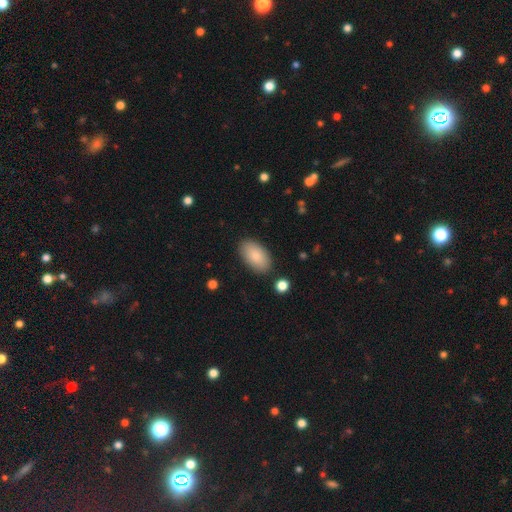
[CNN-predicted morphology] A smooth galaxy with no disk features (86%) that is in between round and cigar-shaped (95%). Merging: none (86%).